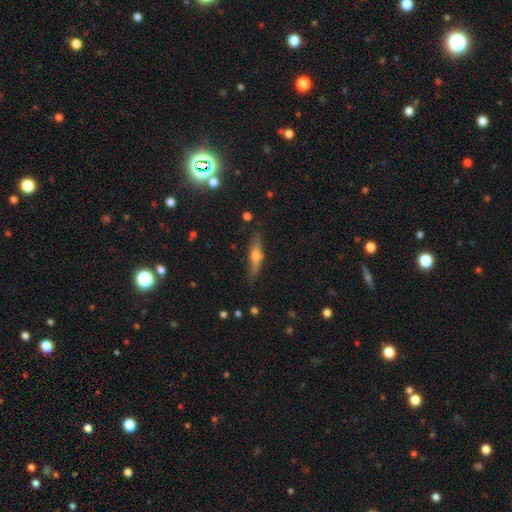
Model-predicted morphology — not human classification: Smooth or featured? featured or disk (52%)
Edge-on disk? yes (92%)
Merging? none (80%)